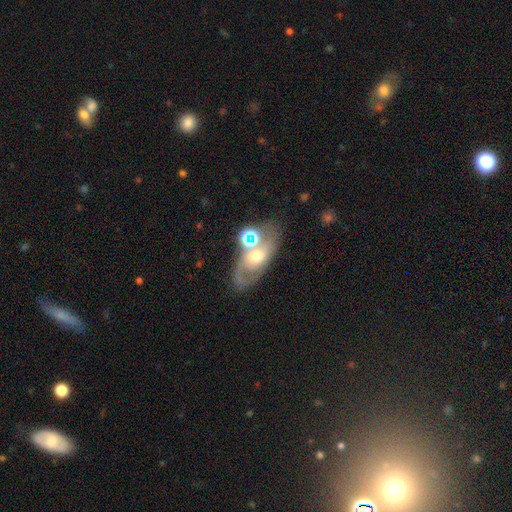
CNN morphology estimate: Smooth or featured? Predicted: featured or disk (p=0.60). Edge-on disk? Predicted: no (p=0.91). Bar? Predicted: no (p=0.67). Spiral arms? Predicted: yes (p=0.66). Bulge size? Predicted: moderate (p=0.60). Merging? Predicted: none (p=0.52).